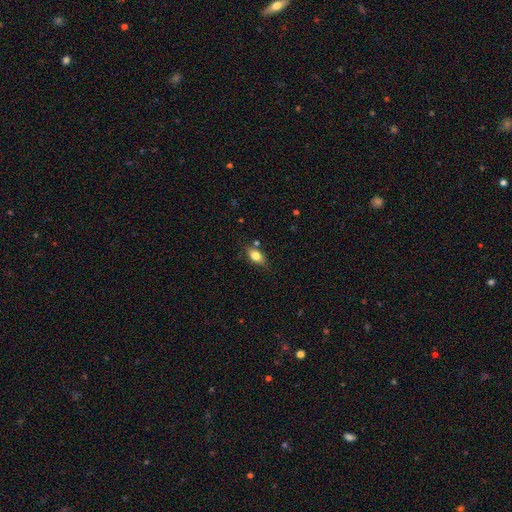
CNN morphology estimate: Smooth or featured: smooth — 78% (featured or disk — 13%)
How rounded: in between — 85% (round — 9%)
Merging: none — 75% (minor disturbance — 17%)